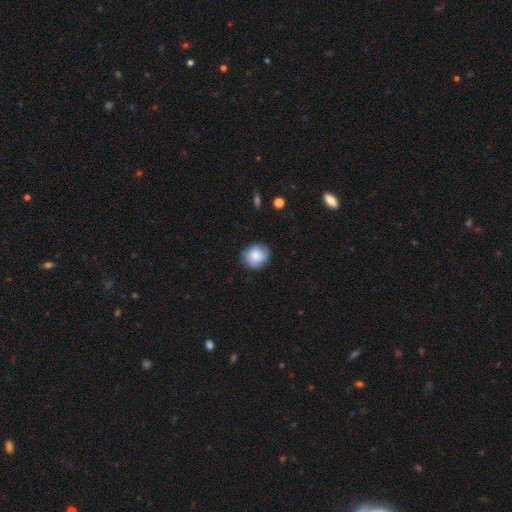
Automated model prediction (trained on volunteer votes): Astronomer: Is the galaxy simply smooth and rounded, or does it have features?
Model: smooth — 73%.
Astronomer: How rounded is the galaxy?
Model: round — 80%.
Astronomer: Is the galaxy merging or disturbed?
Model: none — 81%.